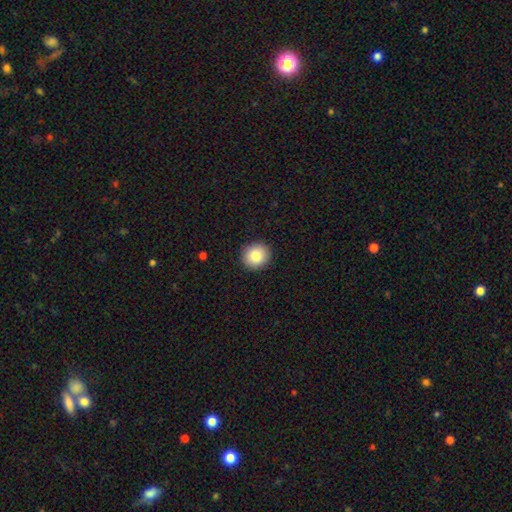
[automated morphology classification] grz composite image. It shows a smooth galaxy with no disk features (84%) that is round (84%). Merging: none (91%).